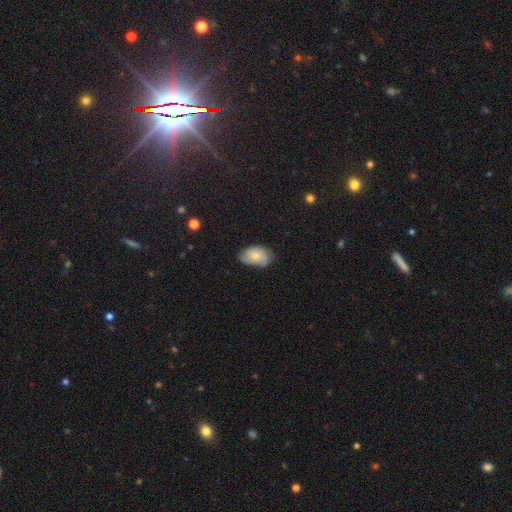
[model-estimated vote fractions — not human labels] smooth-or-featured: smooth: 61% | featured or disk: 31% | star or artifact: 8%
  how-rounded: in between: 89% | round: 10% | cigar-shaped: 1%
  merging: none: 61% | minor disturbance: 31% | major disturbance: 6% | merger: 1%